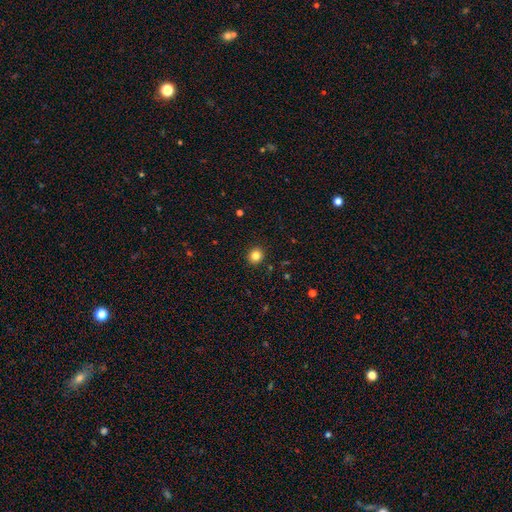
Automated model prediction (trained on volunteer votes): Overall: smooth (83%). How rounded: round (88%). Merging: none (92%).